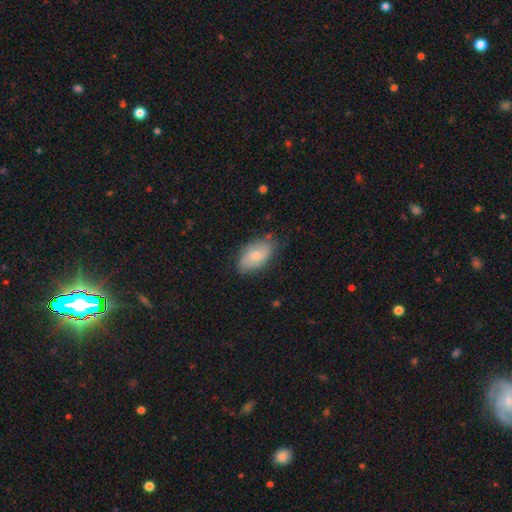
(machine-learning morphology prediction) Smooth or featured? Predicted: smooth (p=0.55). How rounded? Predicted: in between (p=0.92). Merging? Predicted: none (p=0.68).